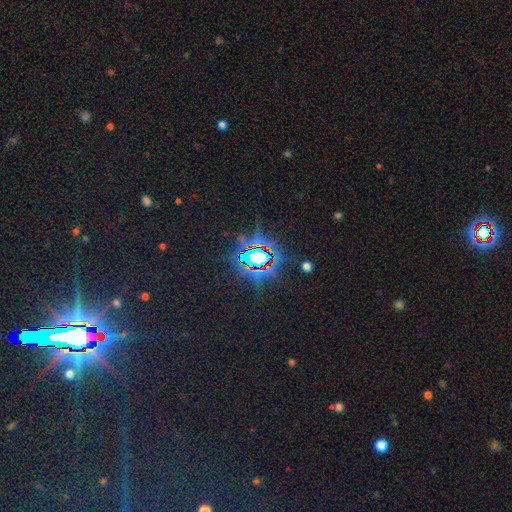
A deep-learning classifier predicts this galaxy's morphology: type=star or artifact (77%).